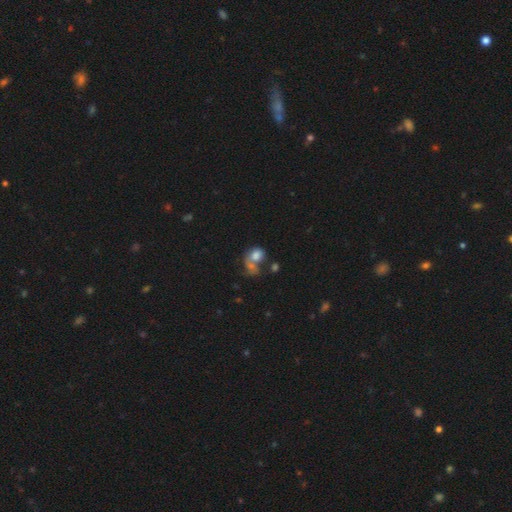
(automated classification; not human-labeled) Smooth or featured?
  - smooth: 67% *
  - featured or disk: 21%
  - star or artifact: 12%
How rounded?
  - in between: 56% *
  - round: 43%
  - cigar-shaped: 1%
Merging?
  - merger: 51% *
  - none: 22%
  - major disturbance: 16%
  - minor disturbance: 11%